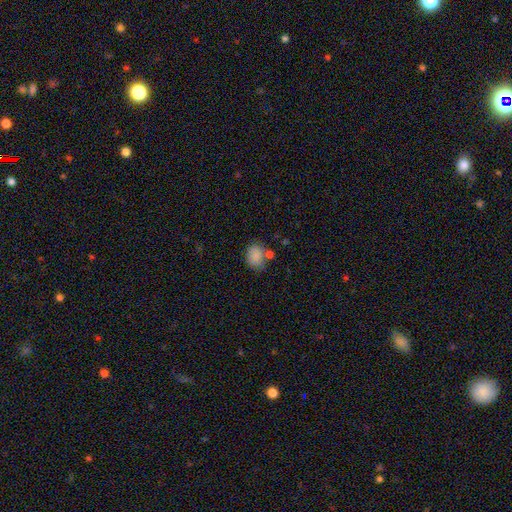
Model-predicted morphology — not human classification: This is clearly a smooth galaxy (85%). How rounded: likely in between (61%). Merging: likely none (62%).